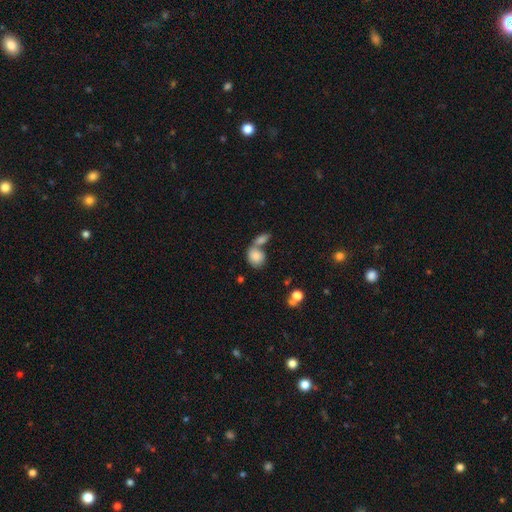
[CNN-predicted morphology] Smooth or featured: smooth — 83% (featured or disk — 9%)
How rounded: round — 54% (in between — 44%)
Merging: merger — 53% (none — 34%)